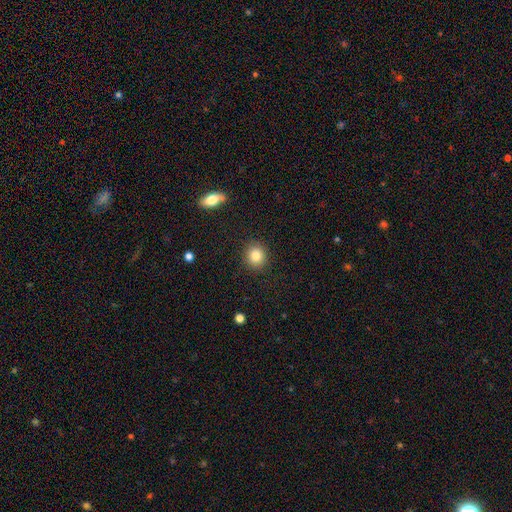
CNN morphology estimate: Smooth or featured: smooth — 84% (star or artifact — 10%)
How rounded: round — 84% (in between — 15%)
Merging: none — 90% (minor disturbance — 7%)